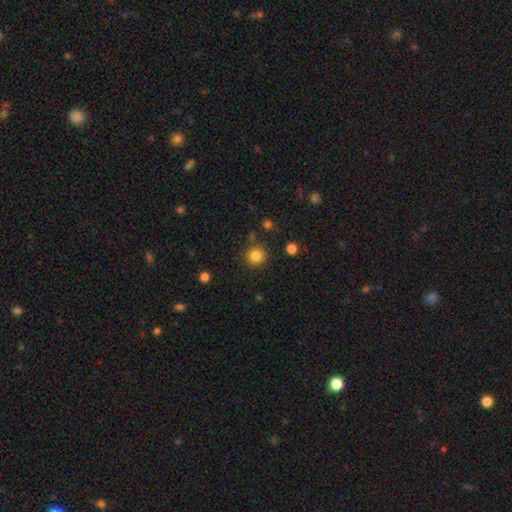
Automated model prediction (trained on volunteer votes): Smooth or featured? smooth (84%)
How rounded? round (93%)
Merging? none (86%)